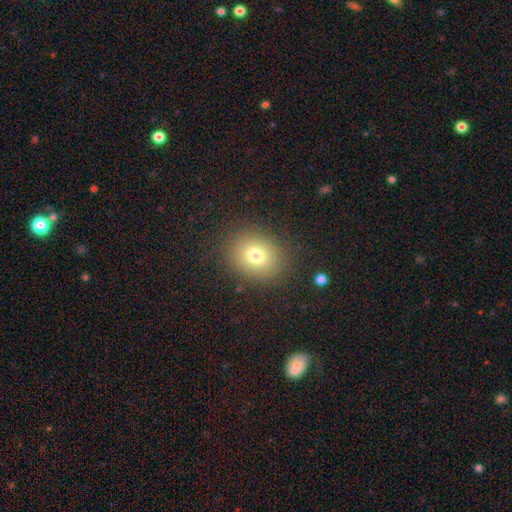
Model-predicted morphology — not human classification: Q: Smooth or featured?
A: smooth (74%); runner-up: star or artifact (15%)
Q: How rounded?
A: round (65%); runner-up: in between (34%)
Q: Merging?
A: none (86%); runner-up: minor disturbance (8%)